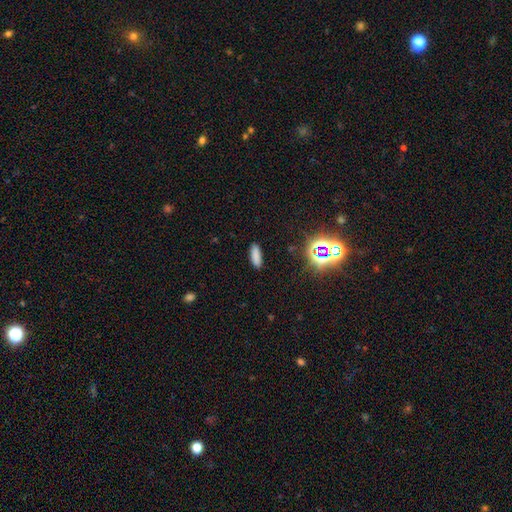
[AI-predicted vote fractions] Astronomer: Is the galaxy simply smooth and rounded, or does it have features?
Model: smooth — 79%.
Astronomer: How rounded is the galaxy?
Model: in between — 59% (runner-up: cigar-shaped, 38%).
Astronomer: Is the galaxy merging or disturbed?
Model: none — 88%.